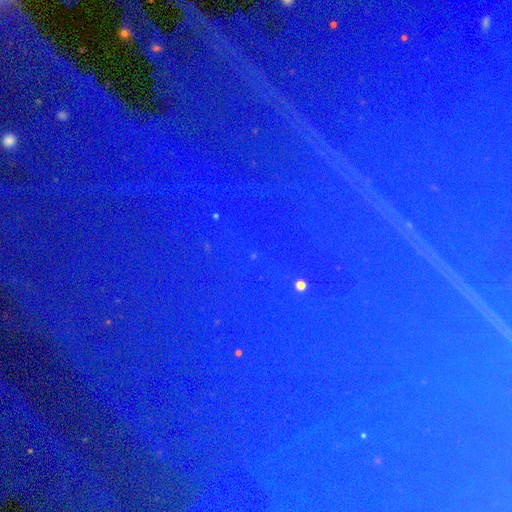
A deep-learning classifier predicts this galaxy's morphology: Smooth or featured?
  - star or artifact: 86% *
  - featured or disk: 7%
  - smooth: 6%